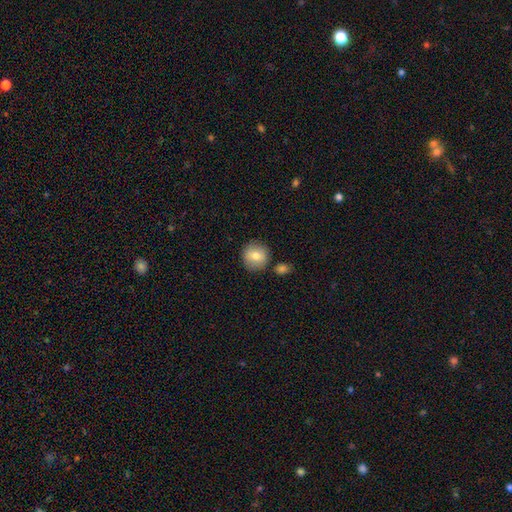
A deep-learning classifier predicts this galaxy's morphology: Smooth or featured? Predicted: smooth (p=0.78). How rounded? Predicted: round (p=0.92). Merging? Predicted: none (p=0.82).